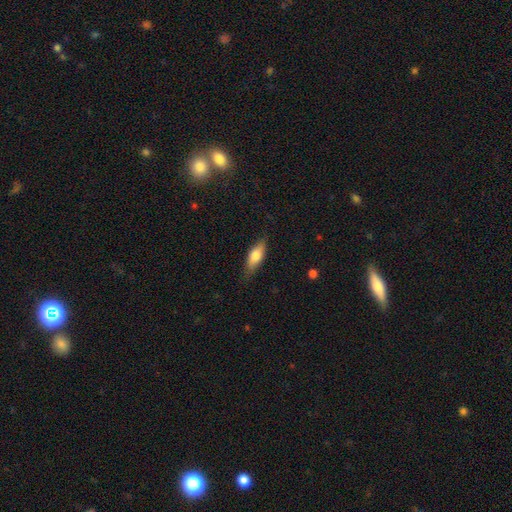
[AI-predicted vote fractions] Morphology: type=smooth (70%); roundness=in between (64%); merging=none (78%).